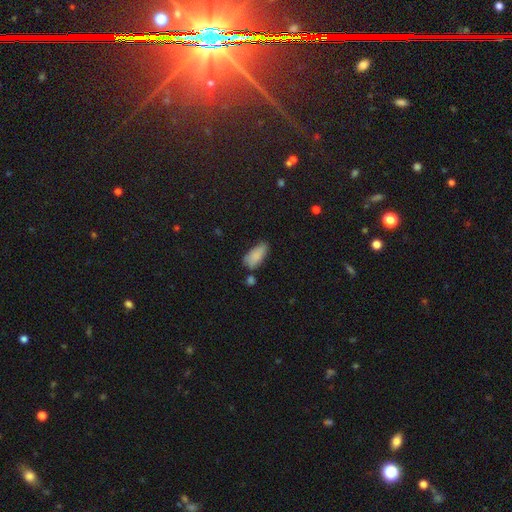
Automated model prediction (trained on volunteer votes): Smooth or featured?
  - smooth: 84% *
  - featured or disk: 8%
  - star or artifact: 8%
How rounded?
  - in between: 88% *
  - cigar-shaped: 9%
  - round: 3%
Merging?
  - none: 49% *
  - minor disturbance: 33%
  - merger: 9%
  - major disturbance: 9%